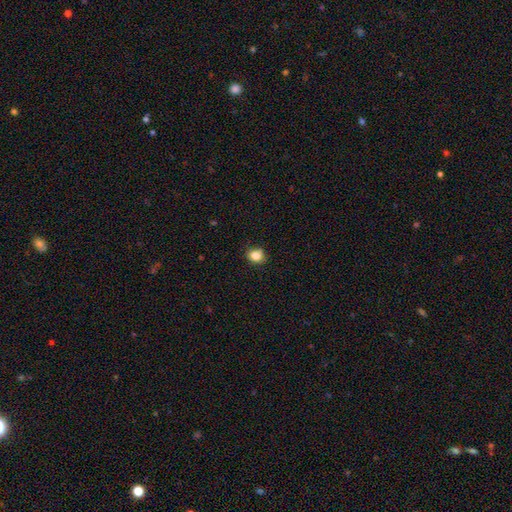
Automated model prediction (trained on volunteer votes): Overall: smooth (83%). How rounded: round (68%; in between 31%). Merging: none (82%).